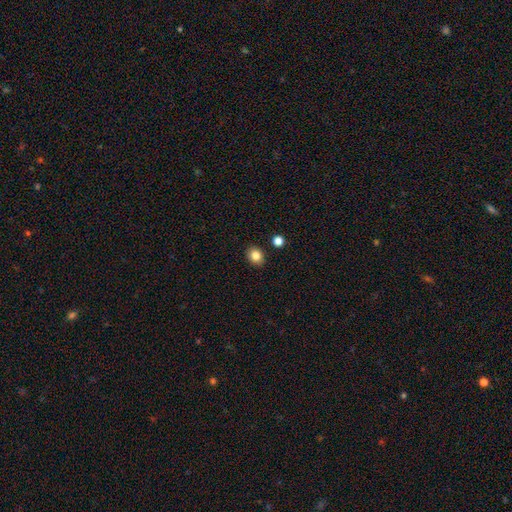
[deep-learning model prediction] Smooth or featured? Predicted: smooth (p=0.84). How rounded? Predicted: round (p=0.55). Merging? Predicted: none (p=0.88).